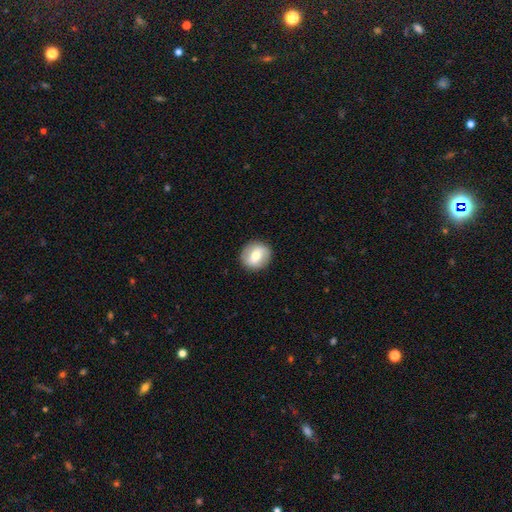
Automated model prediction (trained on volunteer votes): Overall: smooth (62%; featured or disk 30%). How rounded: round (87%). Merging: none (90%).